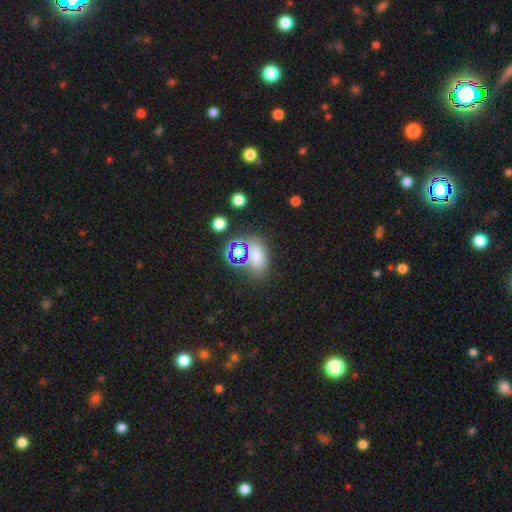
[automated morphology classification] This is likely a smooth galaxy (62%). How rounded: likely in between (74%). Merging: likely none (70%).